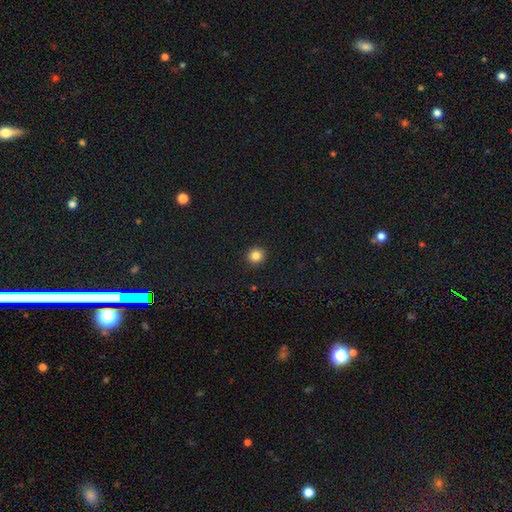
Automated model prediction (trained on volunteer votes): Morphology: type=smooth (85%); roundness=round (92%); merging=none (93%).